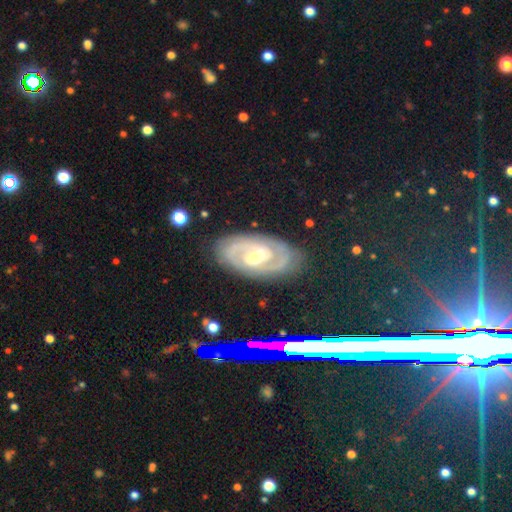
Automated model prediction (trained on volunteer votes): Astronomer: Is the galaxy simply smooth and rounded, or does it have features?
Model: featured or disk — 83%.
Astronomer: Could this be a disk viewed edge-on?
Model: no — 95%.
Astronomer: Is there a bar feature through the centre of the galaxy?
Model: weak — 47% (runner-up: no, 26%).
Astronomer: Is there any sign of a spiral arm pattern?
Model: yes — 91%.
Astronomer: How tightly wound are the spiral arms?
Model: tight — 59%.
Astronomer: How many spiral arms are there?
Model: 2 — 79%.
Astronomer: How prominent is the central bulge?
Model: moderate — 65%.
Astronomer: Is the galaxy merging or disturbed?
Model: none — 83%.